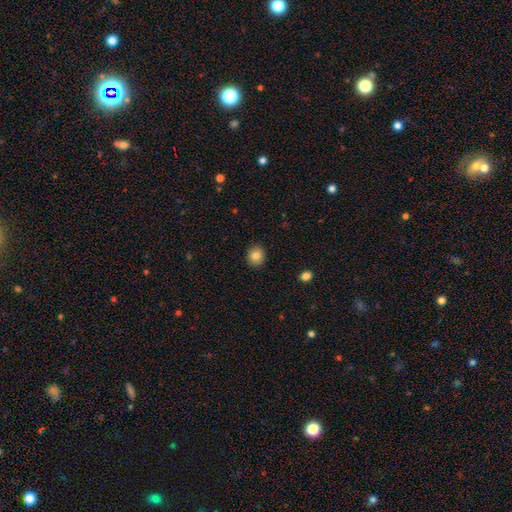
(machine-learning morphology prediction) Smooth or featured? smooth (84%)
How rounded? round (81%)
Merging? none (90%)